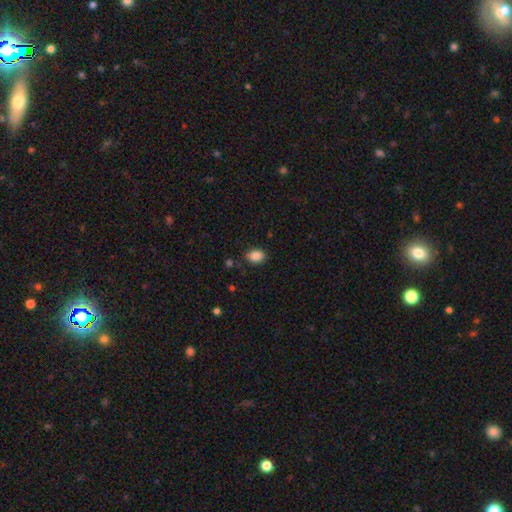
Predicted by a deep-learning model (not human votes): smooth_or_featured: smooth (p=0.87) [alt: star or artifact p=0.09]
how_rounded: in between (p=0.66) [alt: round p=0.33]
merging: none (p=0.83) [alt: minor disturbance p=0.12]